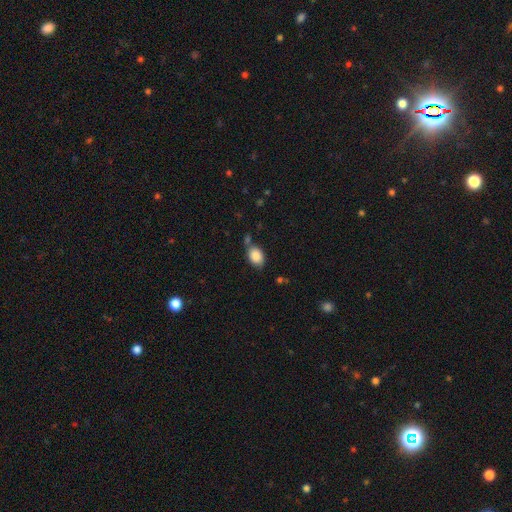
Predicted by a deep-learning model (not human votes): Smooth or featured? Predicted: smooth (p=0.87). How rounded? Predicted: in between (p=0.77). Merging? Predicted: none (p=0.61).